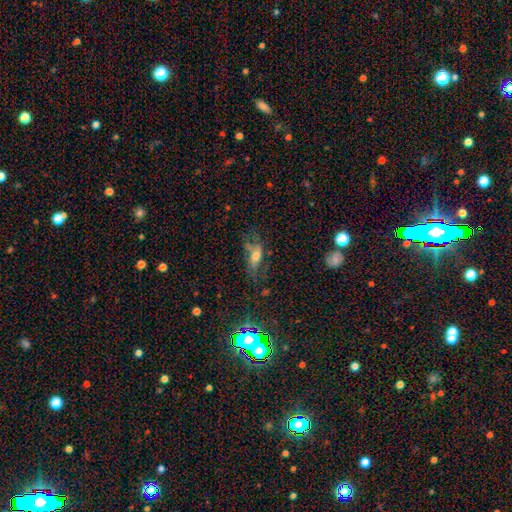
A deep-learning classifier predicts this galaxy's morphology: Smooth or featured: smooth — 46% (featured or disk — 39%)
Merging: none — 44% (major disturbance — 28%)